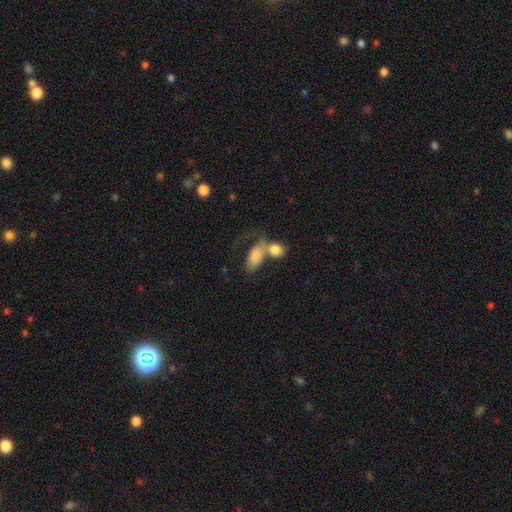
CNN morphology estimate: type=smooth (76%); roundness=in between (88%); merging=merger (61%).